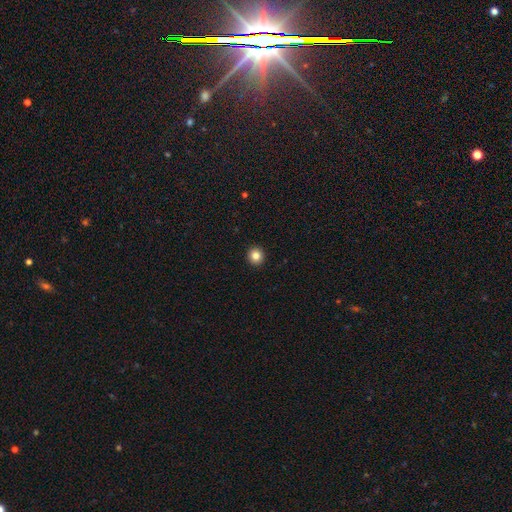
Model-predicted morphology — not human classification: Smooth or featured?
  - smooth: 84% *
  - star or artifact: 11%
  - featured or disk: 5%
How rounded?
  - round: 93% *
  - in between: 6%
  - cigar-shaped: 1%
Merging?
  - none: 94% *
  - minor disturbance: 4%
  - major disturbance: 1%
  - merger: 1%